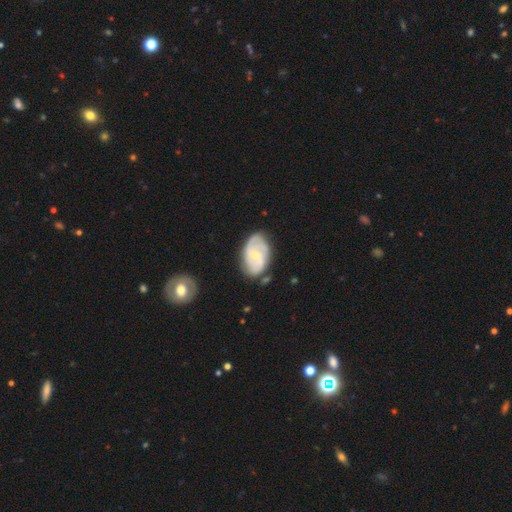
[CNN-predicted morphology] A featured or disk galaxy (73%) with no bar (57%), 2 (46%) tight (48%) spiral arms (91%) and a small central bulge (70%).

Vote fractions:
- Smooth or featured? featured or disk: 73% / smooth: 22% / star or artifact: 5%
- Edge-on disk? no: 97% / yes: 3%
- Bar? no: 57% / weak: 37% / strong: 6%
- Spiral arms? yes: 91% / no: 9%
- Spiral winding? tight: 48% / medium: 39% / loose: 14%
- Spiral arm count? 2: 46% / can't tell: 26% / 3: 17% / 4: 4% / 1: 4% / more than 4: 3%
- Bulge size? small: 70% / moderate: 25% / none: 3% / large: 1% / dominant: 1%
- Merging? none: 69% / minor disturbance: 22% / major disturbance: 5% / merger: 4%